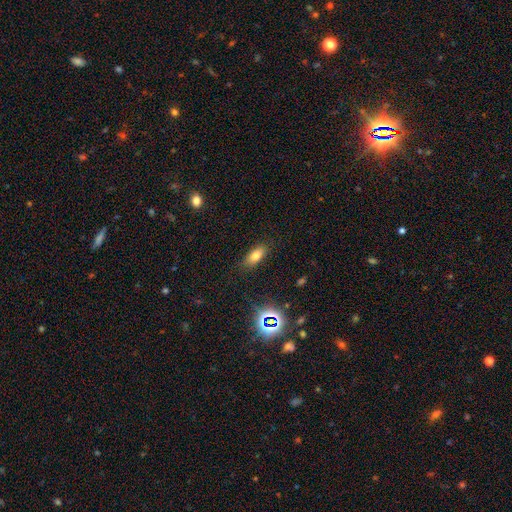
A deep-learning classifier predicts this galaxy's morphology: smooth-or-featured: smooth: 74% | star or artifact: 15% | featured or disk: 11%
  how-rounded: in between: 79% | cigar-shaped: 17% | round: 5%
  merging: none: 85% | minor disturbance: 11% | major disturbance: 3% | merger: 1%